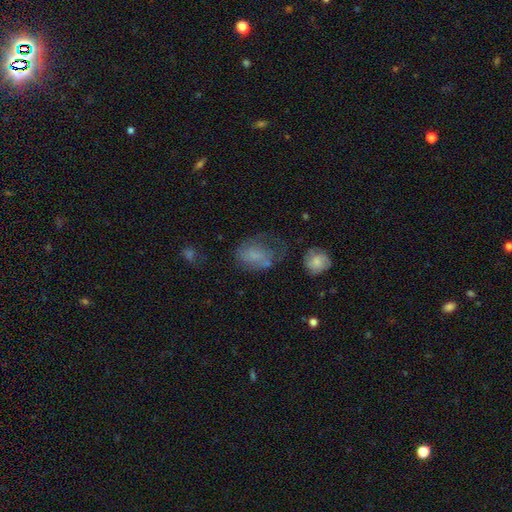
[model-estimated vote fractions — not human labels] This is possibly a smooth galaxy (57%). How rounded: likely in between (71%). Merging: marginally none (37%).